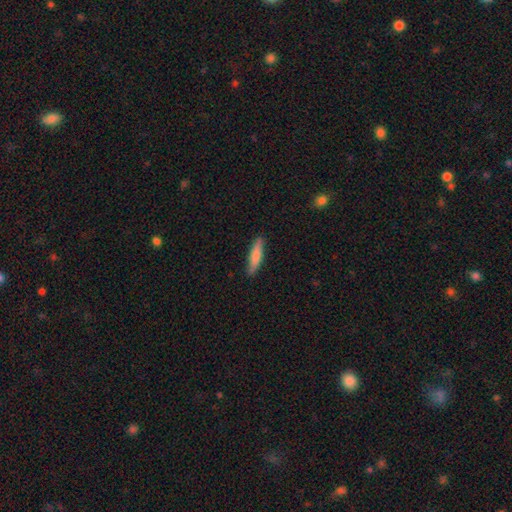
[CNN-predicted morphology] Smooth or featured? smooth (78%)
How rounded? cigar-shaped (83%)
Merging? none (86%)